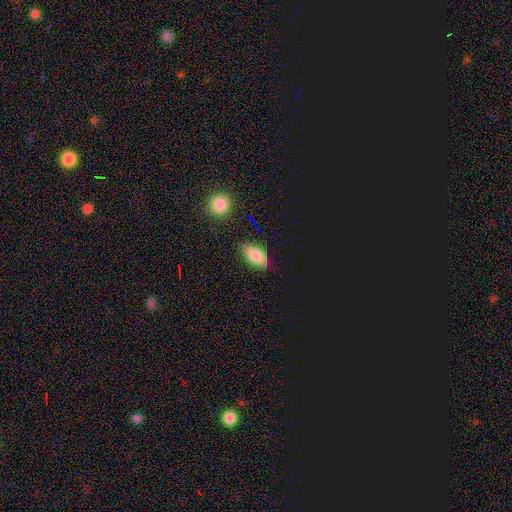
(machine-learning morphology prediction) smooth-or-featured: smooth: 76% | featured or disk: 13% | star or artifact: 11%
  how-rounded: in between: 87% | cigar-shaped: 8% | round: 5%
  merging: none: 77% | minor disturbance: 17% | major disturbance: 3% | merger: 2%